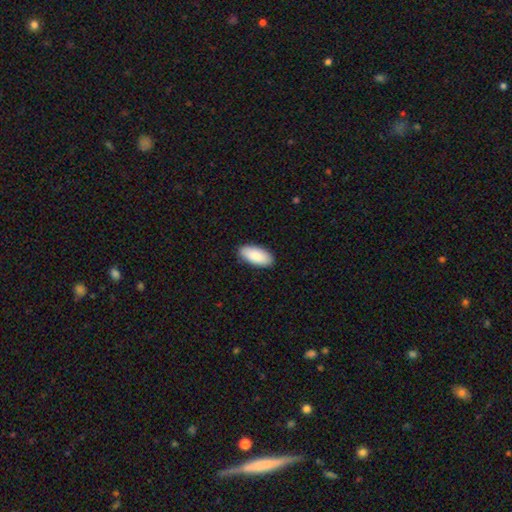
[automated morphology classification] type=smooth (90%); roundness=in between (93%); merging=none (89%).